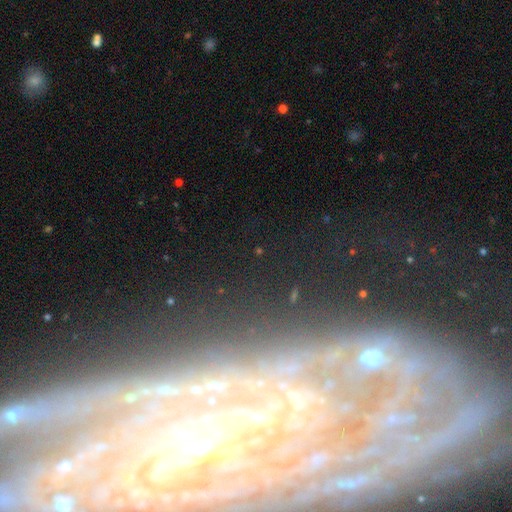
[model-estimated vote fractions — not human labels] The model was most divided on "bar": no: 47%, weak: 28%, strong: 24%. Remaining: spiral arms — yes (87%); edge-on disk — no (84%); merging — none (77%); spiral winding — tight (77%); smooth or featured — featured or disk (71%); bulge size — small (58%); spiral arm count — can't tell (36%).